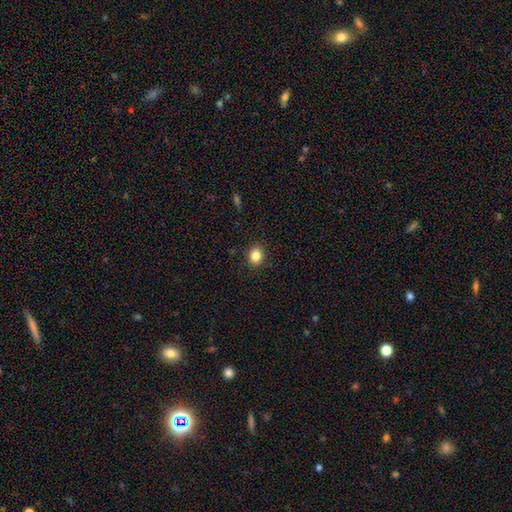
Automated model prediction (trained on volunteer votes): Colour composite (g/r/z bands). It shows a smooth galaxy with no disk features (85%) that is in between round and cigar-shaped (52%). Merging: none (89%).